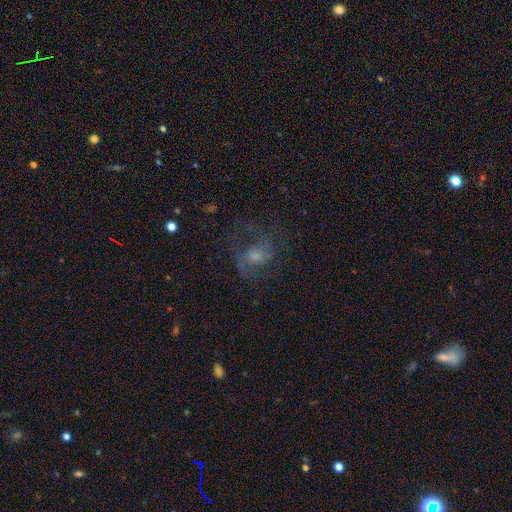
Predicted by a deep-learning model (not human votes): Overall: featured or disk (54%; smooth 31%). Edge-on disk: no (97%). Bar: no (65%; weak 29%). Spiral arms: yes (70%; no 30%). Bulge size: moderate (41%; small 36%). Merging: none (52%; major disturbance 28%).